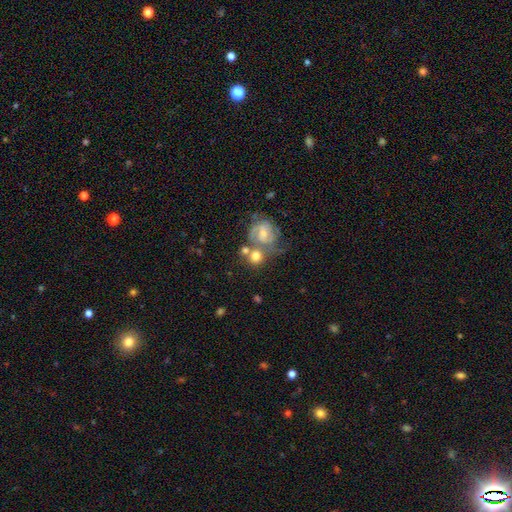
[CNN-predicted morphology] A smooth galaxy with no disk features (58%) that is round (82%). Merging: none (42%).